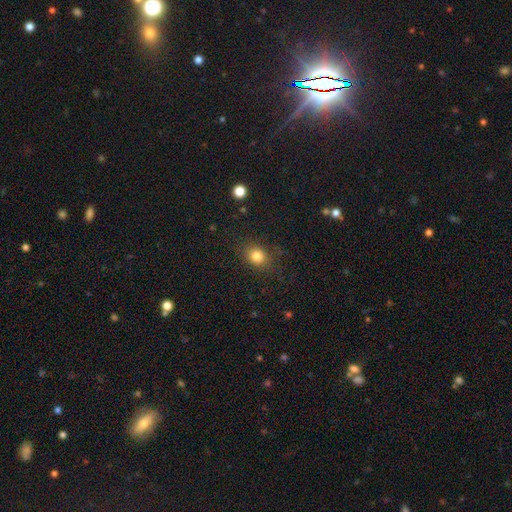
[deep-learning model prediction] A smooth galaxy with no disk features (82%) that is round (65%).

Vote fractions:
- Smooth or featured? smooth: 82% / star or artifact: 12% / featured or disk: 6%
- How rounded? round: 65% / in between: 34% / cigar-shaped: 1%
- Merging? none: 80% / minor disturbance: 13% / major disturbance: 5% / merger: 1%